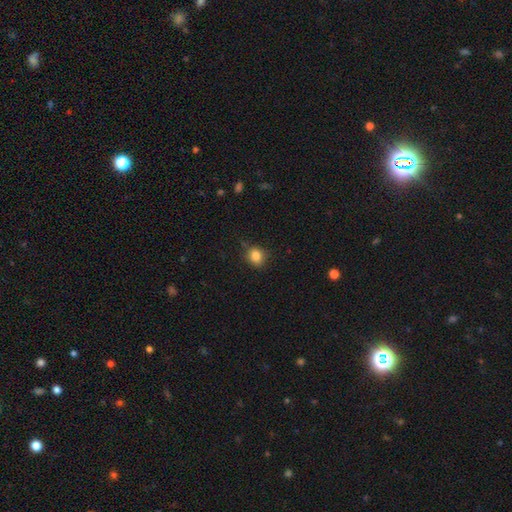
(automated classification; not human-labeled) smooth-or-featured: smooth: 84% | star or artifact: 11% | featured or disk: 5%
  how-rounded: round: 73% | in between: 26% | cigar-shaped: 1%
  merging: none: 78% | minor disturbance: 17% | major disturbance: 3% | merger: 2%